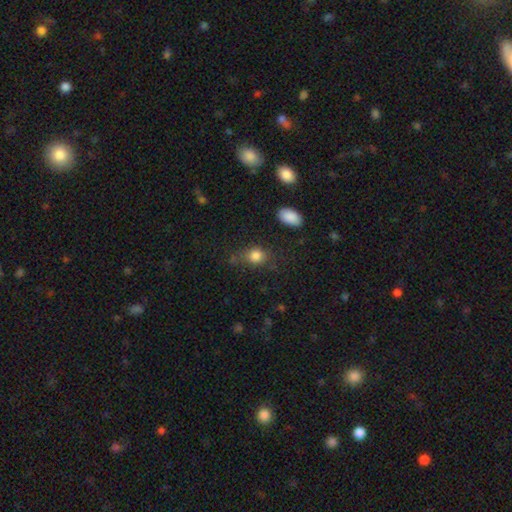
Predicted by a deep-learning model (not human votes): Smooth or featured? smooth (83%)
How rounded? round (59%)
Merging? none (64%)